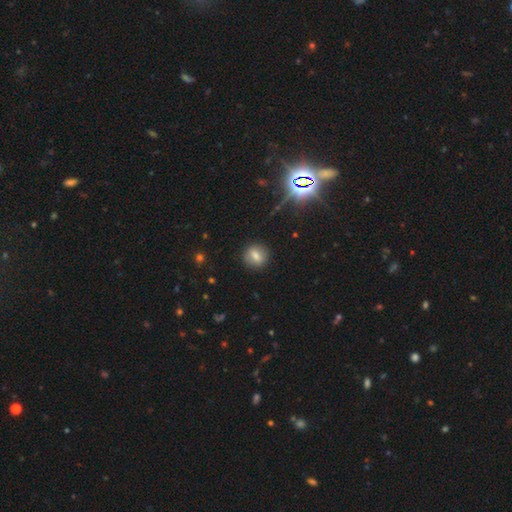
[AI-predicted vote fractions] Morphology: type=smooth (69%); roundness=round (74%); merging=none (88%).